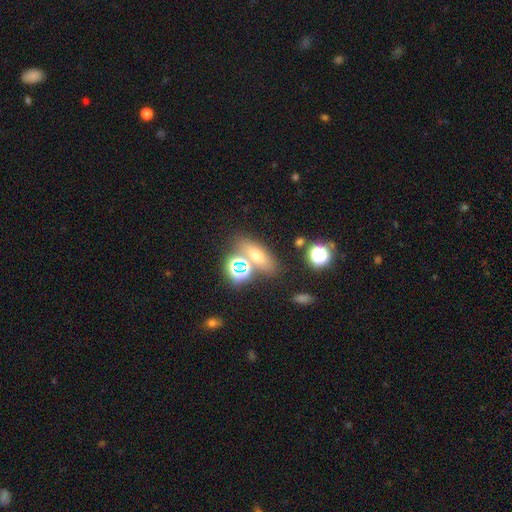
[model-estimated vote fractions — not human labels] smooth 55%, star or artifact 25%, featured or disk 20%. Down the decision tree: how rounded — in between (57%); merging — none (68%).